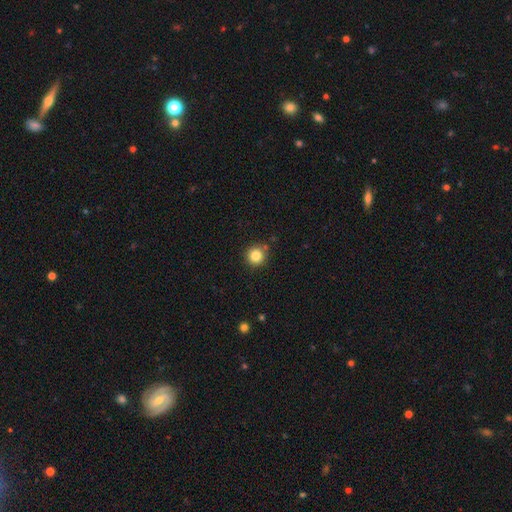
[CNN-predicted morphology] Overall: smooth (83%). How rounded: round (94%). Merging: none (84%).